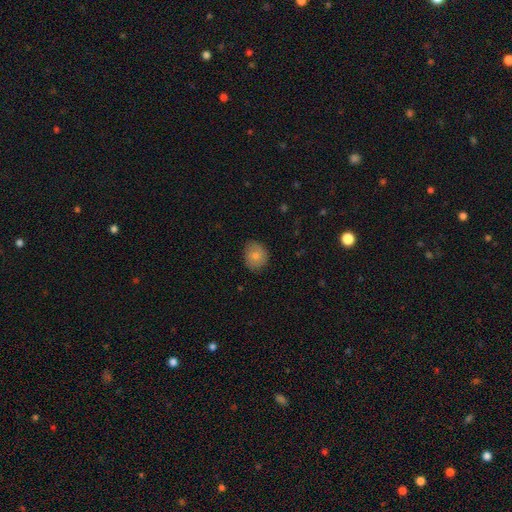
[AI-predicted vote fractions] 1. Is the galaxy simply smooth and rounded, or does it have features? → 78% smooth, 14% featured or disk, 7% star or artifact.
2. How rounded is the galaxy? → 66% round, 33% in between, 1% cigar-shaped.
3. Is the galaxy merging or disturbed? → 80% none, 16% minor disturbance, 3% major disturbance, 1% merger.